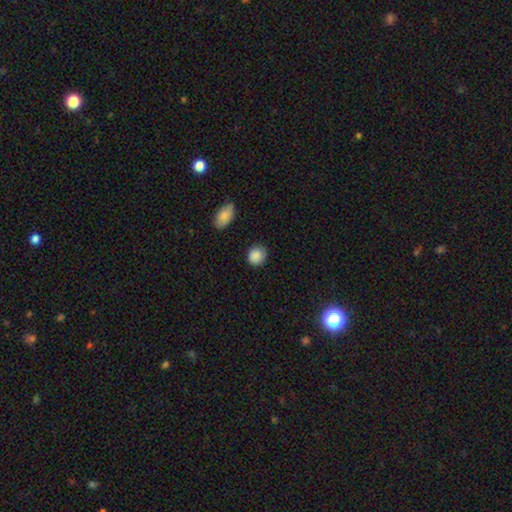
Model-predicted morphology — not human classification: Overall: smooth (88%). How rounded: round (77%). Merging: none (84%).